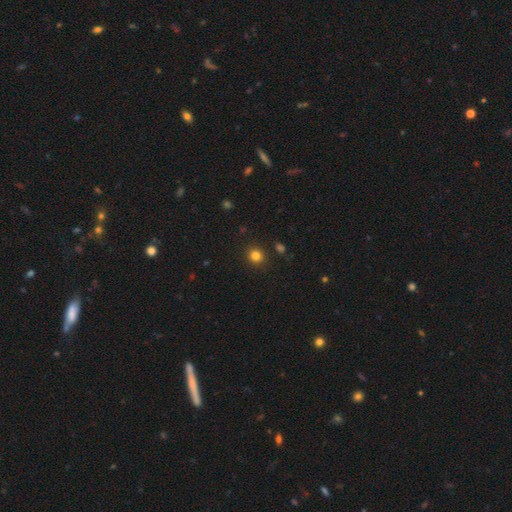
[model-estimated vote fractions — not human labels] Overall: smooth (82%). How rounded: round (88%). Merging: none (90%).